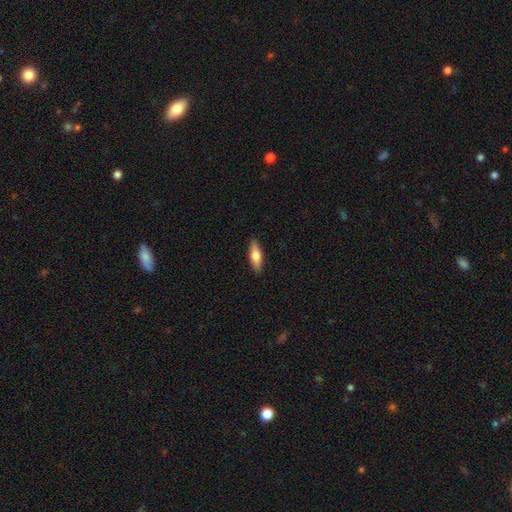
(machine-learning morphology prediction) type=smooth (65%); roundness=cigar-shaped (50%); merging=none (89%).